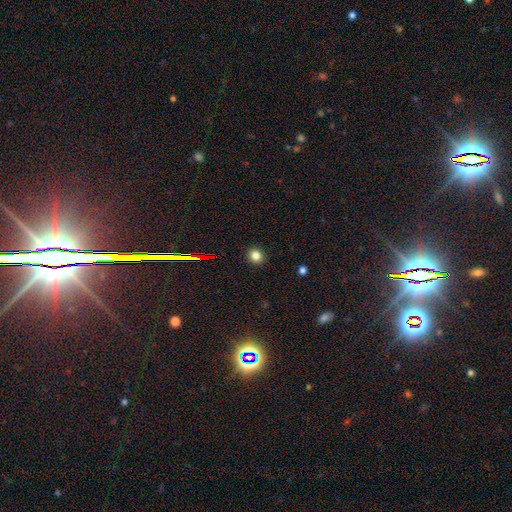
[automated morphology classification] Smooth or featured: smooth — 81% (star or artifact — 14%)
How rounded: round — 82% (in between — 17%)
Merging: none — 91% (minor disturbance — 6%)